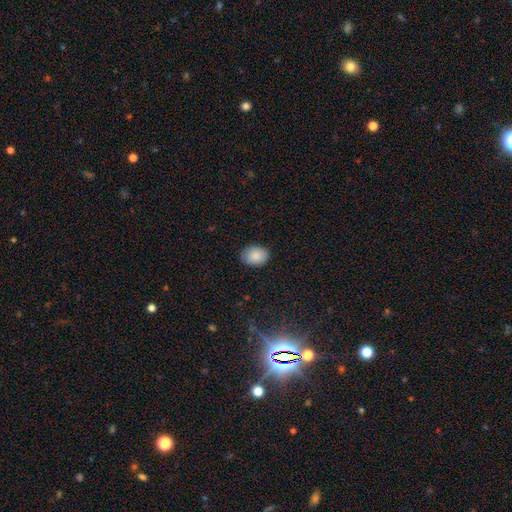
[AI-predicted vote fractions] Overall: smooth (88%). How rounded: in between (67%; round 32%). Merging: none (85%).